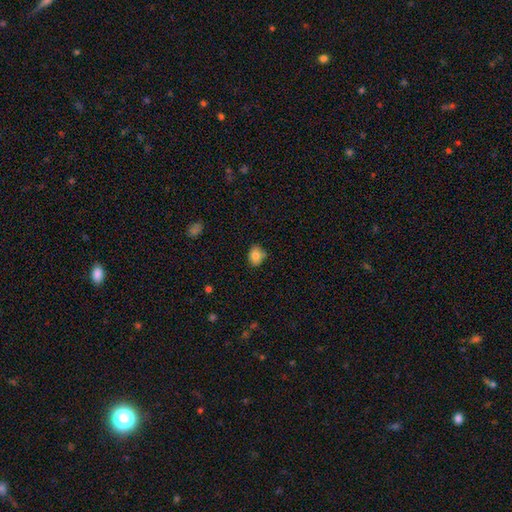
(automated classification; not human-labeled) smooth-or-featured: smooth: 82% | star or artifact: 9% | featured or disk: 9%
  how-rounded: round: 52% | in between: 47% | cigar-shaped: 1%
  merging: none: 74% | minor disturbance: 21% | major disturbance: 3% | merger: 3%